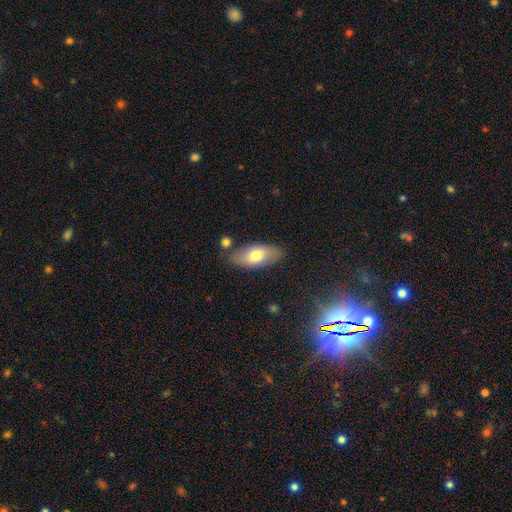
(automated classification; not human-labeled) Morphology: type=smooth (71%); roundness=in between (88%); merging=none (79%).